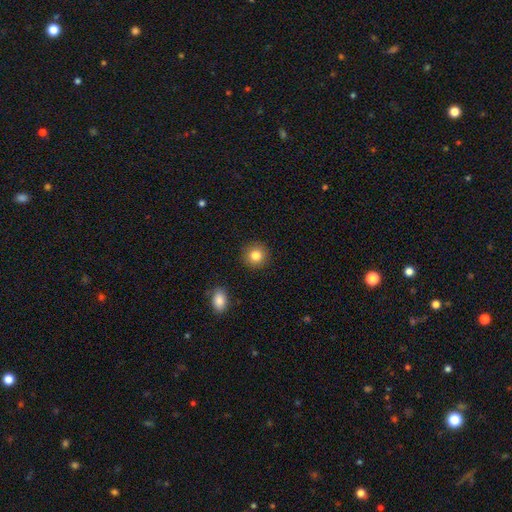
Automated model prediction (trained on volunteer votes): Smooth or featured? smooth (83%)
How rounded? round (92%)
Merging? none (91%)